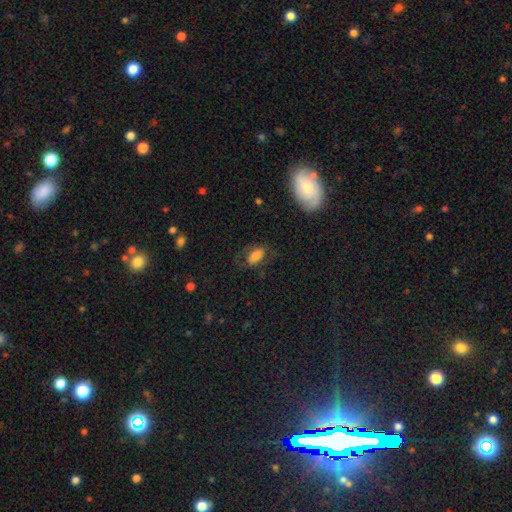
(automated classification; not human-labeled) smooth_or_featured: smooth (p=0.69) [alt: featured or disk p=0.22]
how_rounded: in between (p=0.90) [alt: round p=0.07]
merging: none (p=0.63) [alt: minor disturbance p=0.20]